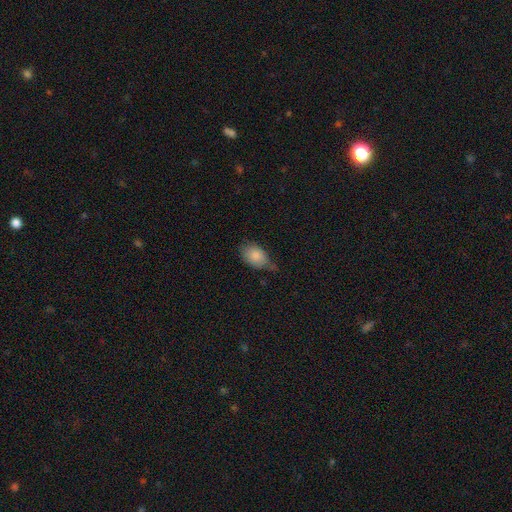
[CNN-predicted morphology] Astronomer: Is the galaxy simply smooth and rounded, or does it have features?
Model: smooth — 85%.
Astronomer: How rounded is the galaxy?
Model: in between — 83%.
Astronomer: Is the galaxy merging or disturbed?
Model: none — 47% (runner-up: minor disturbance, 39%).